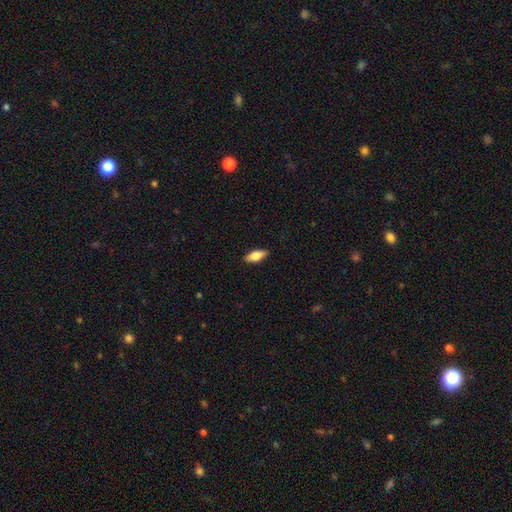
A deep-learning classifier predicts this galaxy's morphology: Smooth or featured: smooth — 69% (featured or disk — 25%)
How rounded: in between — 77% (cigar-shaped — 20%)
Merging: none — 89% (minor disturbance — 8%)